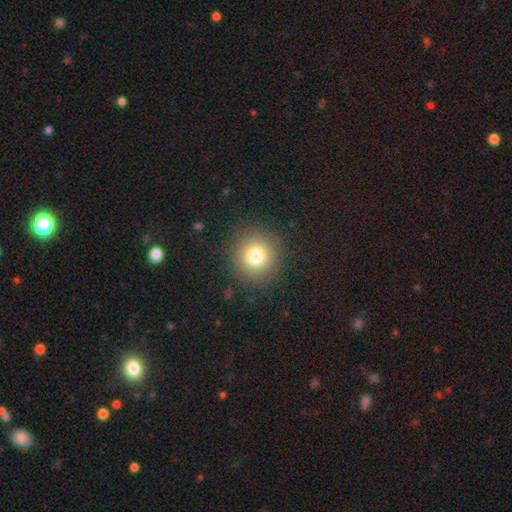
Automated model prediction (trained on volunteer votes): Overall: smooth (78%). How rounded: round (93%). Merging: none (89%).